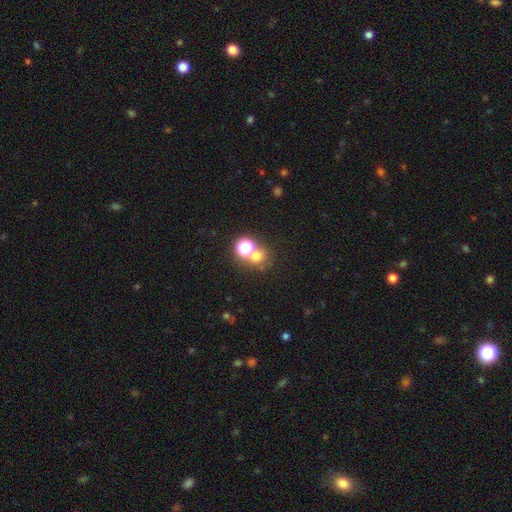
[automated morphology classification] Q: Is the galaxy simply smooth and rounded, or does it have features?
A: smooth — 62%.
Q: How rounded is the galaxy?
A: round — 81%.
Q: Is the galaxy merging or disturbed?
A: none — 55%.